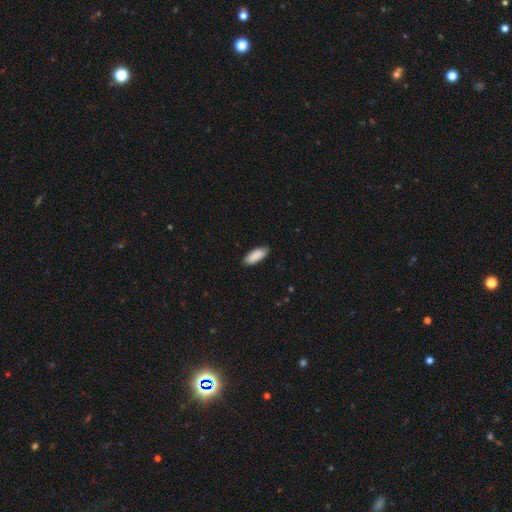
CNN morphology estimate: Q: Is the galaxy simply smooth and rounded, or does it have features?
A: smooth — 90%.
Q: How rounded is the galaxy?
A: in between — 79%.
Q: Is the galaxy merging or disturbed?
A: none — 85%.